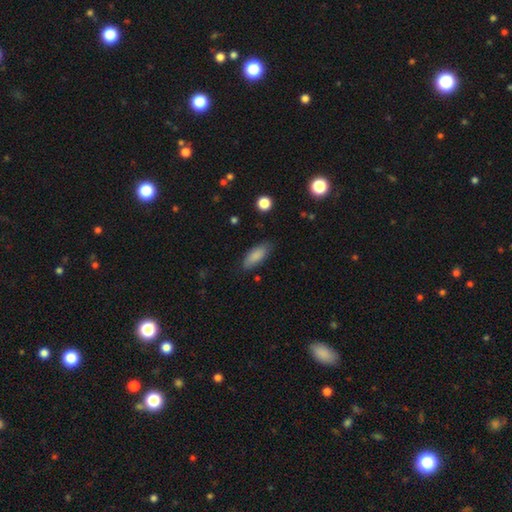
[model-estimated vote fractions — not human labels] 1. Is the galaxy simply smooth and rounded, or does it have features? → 85% smooth, 8% featured or disk, 7% star or artifact.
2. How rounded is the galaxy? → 76% in between, 22% cigar-shaped, 2% round.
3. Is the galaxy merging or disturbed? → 80% none, 16% minor disturbance, 3% major disturbance, 1% merger.